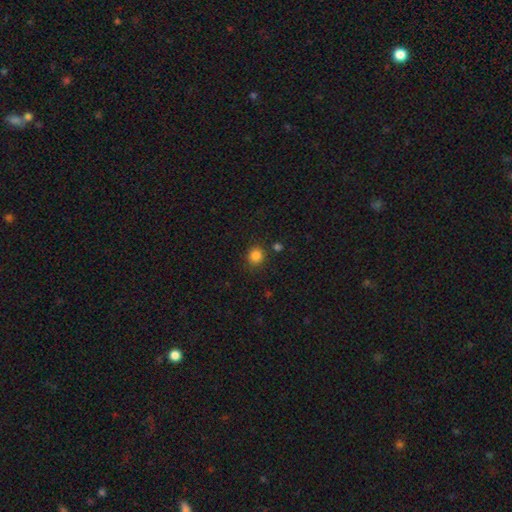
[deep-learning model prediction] Smooth or featured?
  - smooth: 84% *
  - star or artifact: 12%
  - featured or disk: 4%
How rounded?
  - round: 87% *
  - in between: 13%
  - cigar-shaped: 1%
Merging?
  - none: 85% *
  - minor disturbance: 8%
  - merger: 4%
  - major disturbance: 3%